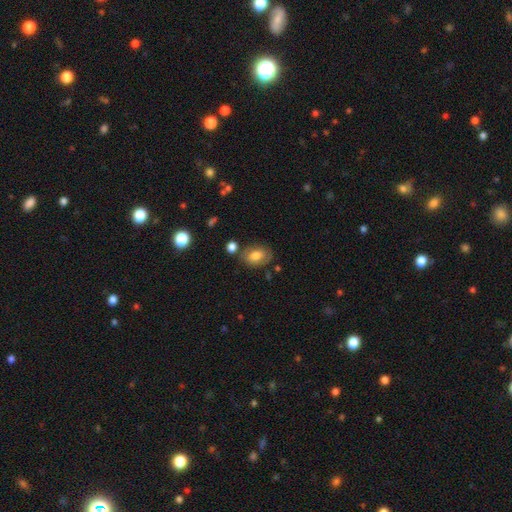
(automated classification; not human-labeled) Smooth or featured?
  - smooth: 74% *
  - featured or disk: 18%
  - star or artifact: 9%
How rounded?
  - in between: 81% *
  - round: 18%
  - cigar-shaped: 1%
Merging?
  - none: 71% *
  - minor disturbance: 18%
  - merger: 7%
  - major disturbance: 5%